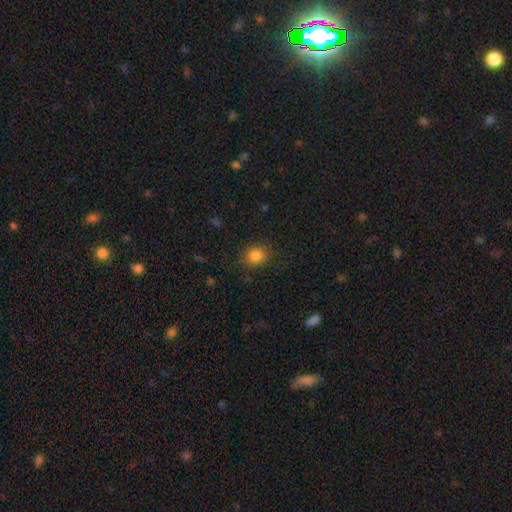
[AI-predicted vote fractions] This is clearly a smooth galaxy (84%). How rounded: likely round (65%). Merging: clearly none (84%).